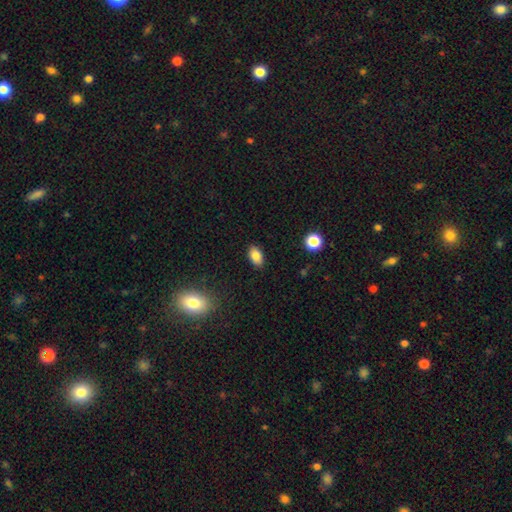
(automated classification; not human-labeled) A smooth galaxy with no disk features (84%) that is in between round and cigar-shaped (90%). Merging: none (87%).